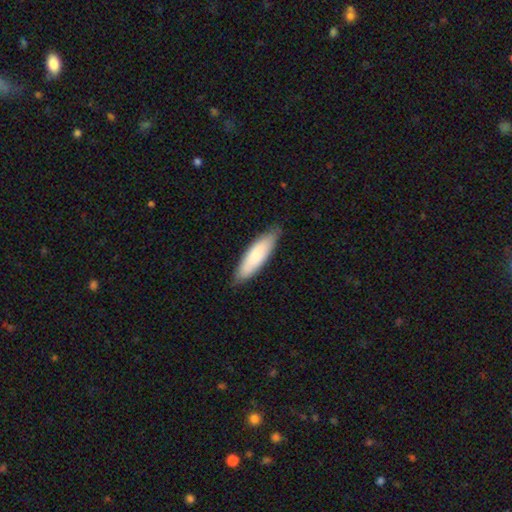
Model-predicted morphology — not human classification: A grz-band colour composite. It shows a smooth galaxy with no disk features (77%) that is cigar-shaped (58%). Merging: none (83%).